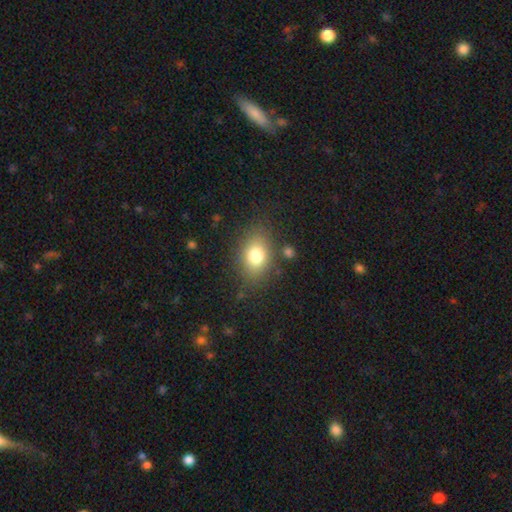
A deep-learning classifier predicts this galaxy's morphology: Smooth or featured? smooth (77%)
How rounded? in between (71%)
Merging? none (80%)